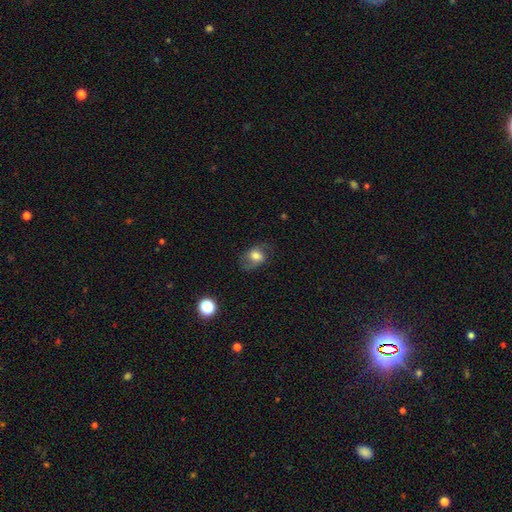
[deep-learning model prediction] A smooth galaxy with no disk features (47%). Merging: none (66%).